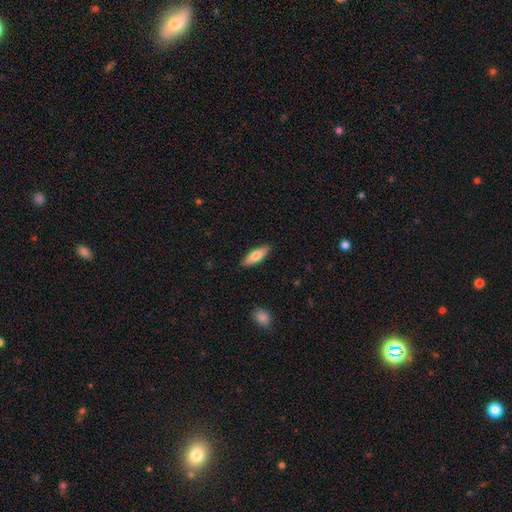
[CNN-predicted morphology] This appears to be a smooth galaxy with no disk features (72%) that is in between round and cigar-shaped (52%). Merging: none (87%).